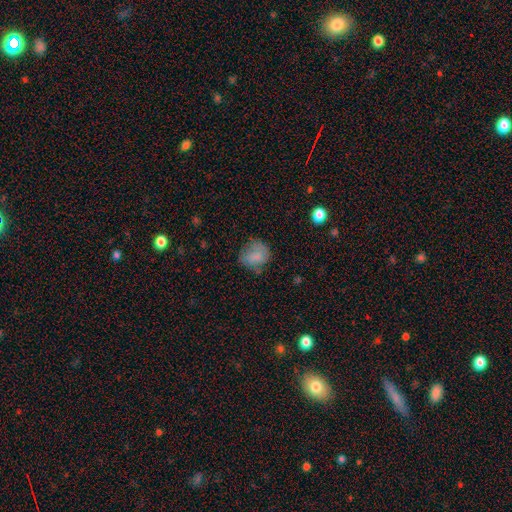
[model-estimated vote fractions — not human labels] Morphology: type=smooth (74%); roundness=round (71%); merging=none (58%).